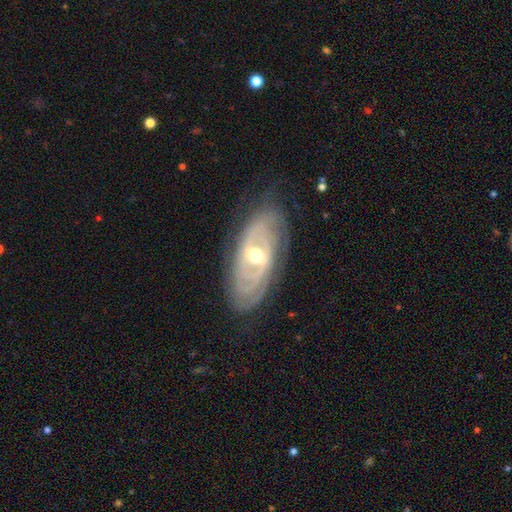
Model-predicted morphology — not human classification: A featured or disk galaxy (85%) with a weak bar (43%), tight (68%) spiral arms (90%) and a moderate central bulge (66%).

Vote fractions:
- Smooth or featured? featured or disk: 85% / smooth: 10% / star or artifact: 5%
- Edge-on disk? no: 91% / yes: 9%
- Bar? weak: 43% / no: 33% / strong: 24%
- Spiral arms? yes: 90% / no: 10%
- Spiral winding? tight: 68% / medium: 25% / loose: 8%
- Spiral arm count? can't tell: 37% / 2: 35% / 3: 13% / 4: 6% / more than 4: 4% / 1: 4%
- Bulge size? moderate: 66% / small: 29% / large: 4% / dominant: 1% / none: 1%
- Merging? none: 78% / minor disturbance: 16% / major disturbance: 5% / merger: 1%